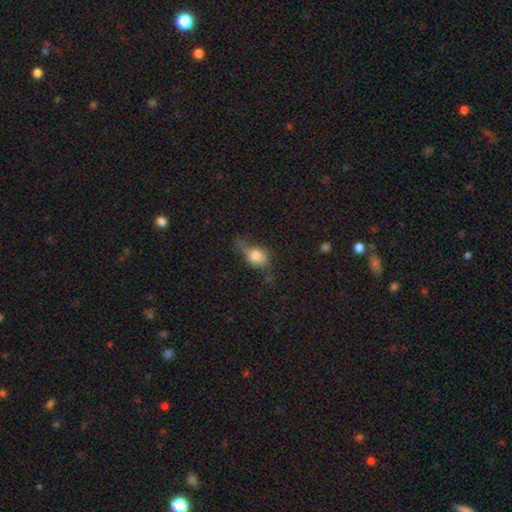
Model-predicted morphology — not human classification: smooth_or_featured: smooth (p=0.65) [alt: featured or disk p=0.25]
how_rounded: in between (p=0.57) [alt: round p=0.37]
merging: none (p=0.34) [alt: minor disturbance p=0.32]